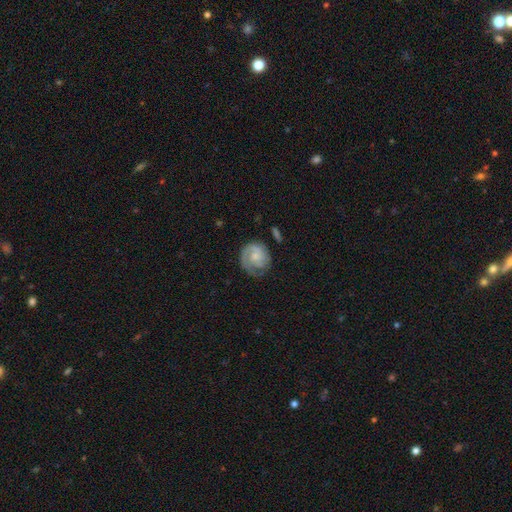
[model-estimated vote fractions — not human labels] The model was most divided on "spiral arm count": 2: 37%, 1: 33%, can't tell: 17%, 3: 8%, 4: 2%, more than 4: 2%. Remaining: edge-on disk — no (98%); spiral arms — yes (92%); bar — no (71%); smooth or featured — featured or disk (69%); merging — none (64%); spiral winding — tight (57%); bulge size — small (49%).